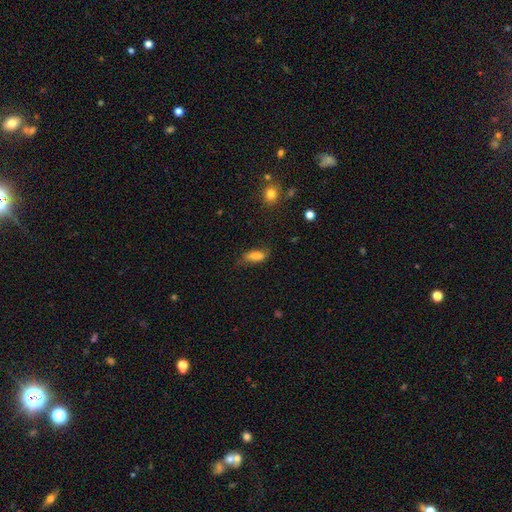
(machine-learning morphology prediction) Smooth or featured: smooth — 77% (featured or disk — 15%)
How rounded: in between — 77% (cigar-shaped — 20%)
Merging: none — 60% (minor disturbance — 28%)